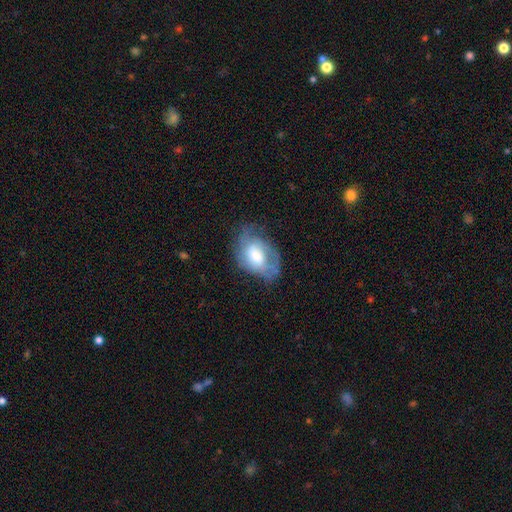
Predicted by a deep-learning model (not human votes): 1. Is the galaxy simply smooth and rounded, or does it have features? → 48% featured or disk, 44% smooth, 8% star or artifact.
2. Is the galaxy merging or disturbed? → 44% none, 32% minor disturbance, 22% major disturbance, 2% merger.